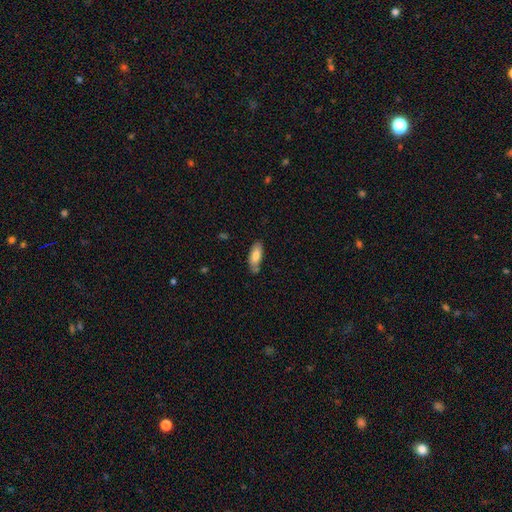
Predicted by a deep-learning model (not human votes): Smooth or featured? Predicted: smooth (p=0.82). How rounded? Predicted: in between (p=0.74). Merging? Predicted: none (p=0.69).